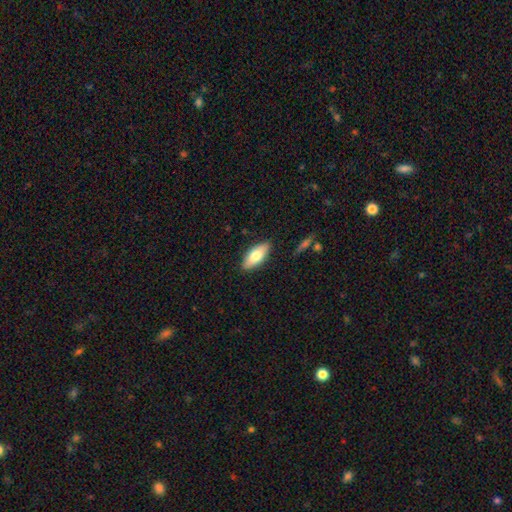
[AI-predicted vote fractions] Smooth or featured? smooth (74%)
How rounded? in between (80%)
Merging? none (87%)